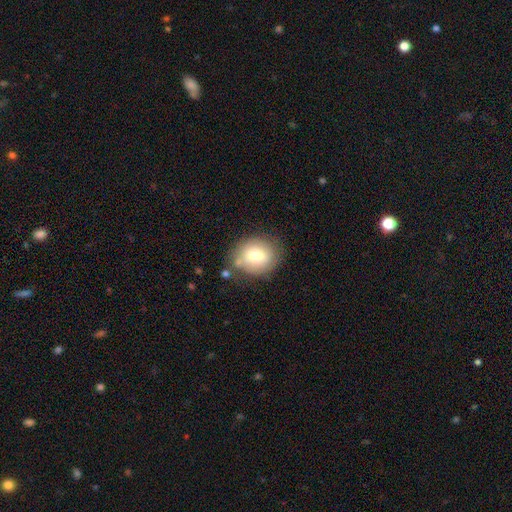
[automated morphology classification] Smooth or featured?
  - smooth: 72% *
  - featured or disk: 19%
  - star or artifact: 9%
How rounded?
  - round: 70% *
  - in between: 29%
  - cigar-shaped: 1%
Merging?
  - none: 67% *
  - minor disturbance: 18%
  - merger: 8%
  - major disturbance: 6%